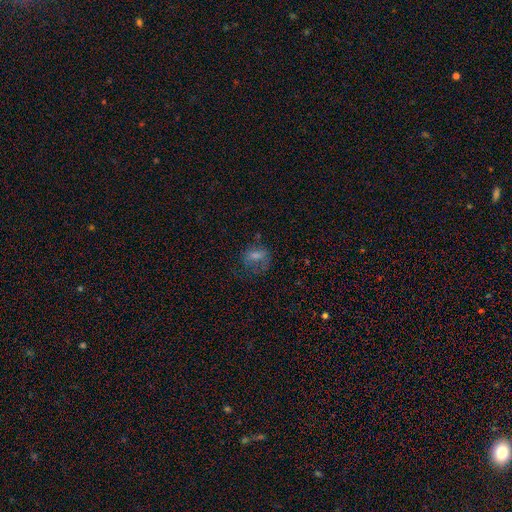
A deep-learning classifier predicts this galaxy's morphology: type=smooth (64%); roundness=in between (59%); merging=none (45%).